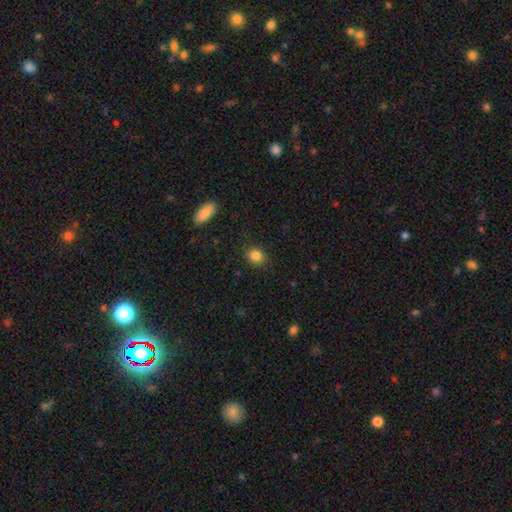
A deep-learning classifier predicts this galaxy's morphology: Smooth or featured: smooth — 85% (star or artifact — 10%)
How rounded: round — 61% (in between — 38%)
Merging: none — 87% (minor disturbance — 9%)